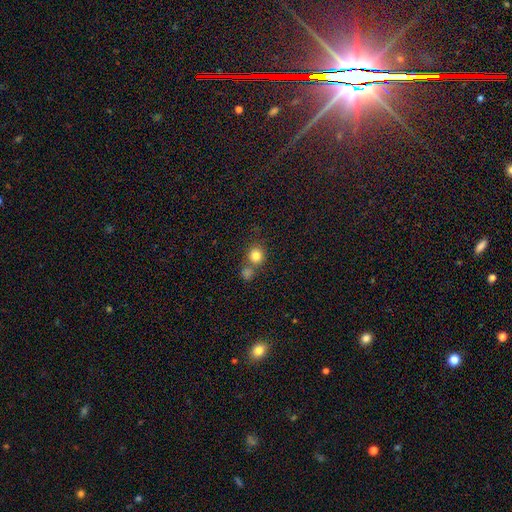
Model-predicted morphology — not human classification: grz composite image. It shows a smooth galaxy with no disk features (82%) that is round (89%). Merging: none (61%).